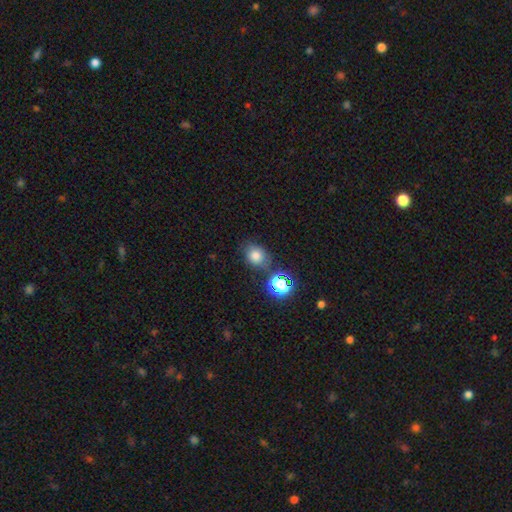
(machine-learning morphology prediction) Smooth or featured?
  - smooth: 74% *
  - star or artifact: 18%
  - featured or disk: 8%
How rounded?
  - round: 60% *
  - in between: 39%
  - cigar-shaped: 1%
Merging?
  - none: 72% *
  - minor disturbance: 15%
  - merger: 8%
  - major disturbance: 5%